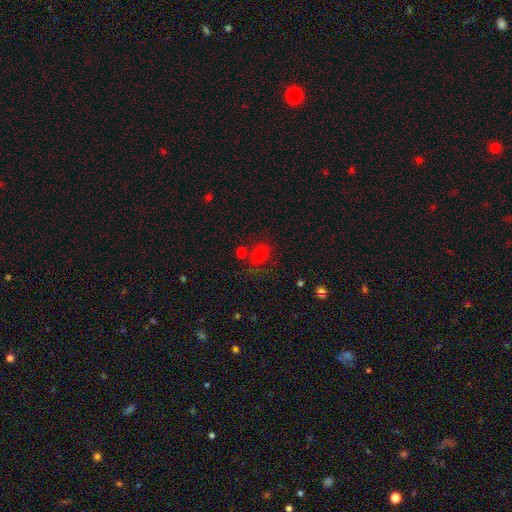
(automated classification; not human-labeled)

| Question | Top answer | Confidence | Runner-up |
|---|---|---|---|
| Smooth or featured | smooth | 75% | star or artifact (18%) |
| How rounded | in between | 57% | round (42%) |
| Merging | none | 61% | merger (16%) |